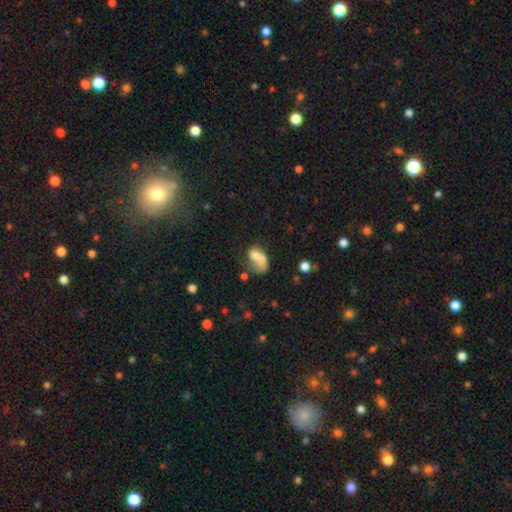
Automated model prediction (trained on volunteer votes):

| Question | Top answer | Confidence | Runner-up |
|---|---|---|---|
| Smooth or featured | smooth | 60% | featured or disk (29%) |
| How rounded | in between | 75% | round (23%) |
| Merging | merger | 61% | none (17%) |